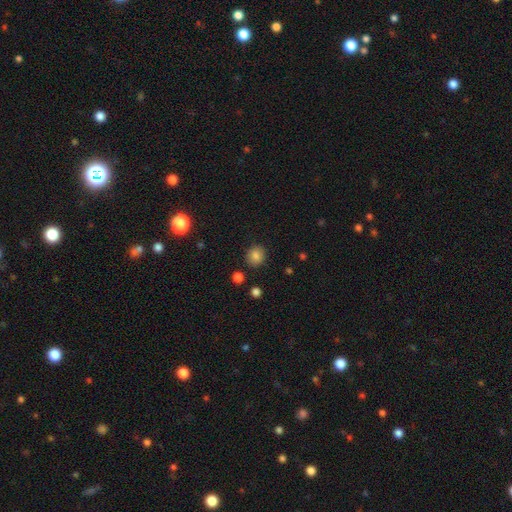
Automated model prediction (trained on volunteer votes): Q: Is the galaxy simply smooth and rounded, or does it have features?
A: smooth — 83%.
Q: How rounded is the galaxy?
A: round — 84%.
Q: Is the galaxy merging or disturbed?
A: none — 88%.